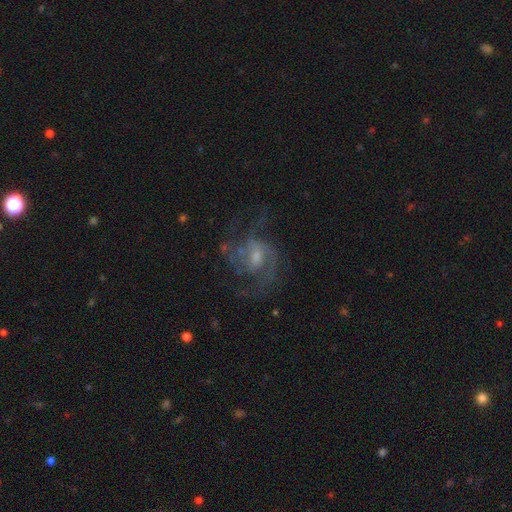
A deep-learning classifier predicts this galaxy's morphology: Smooth or featured? featured or disk (80%)
Edge-on disk? no (98%)
Bar? weak (47%)
Spiral arms? yes (90%)
Spiral winding? medium (52%)
Spiral arm count? 2 (36%)
Bulge size? small (47%)
Merging? none (55%)